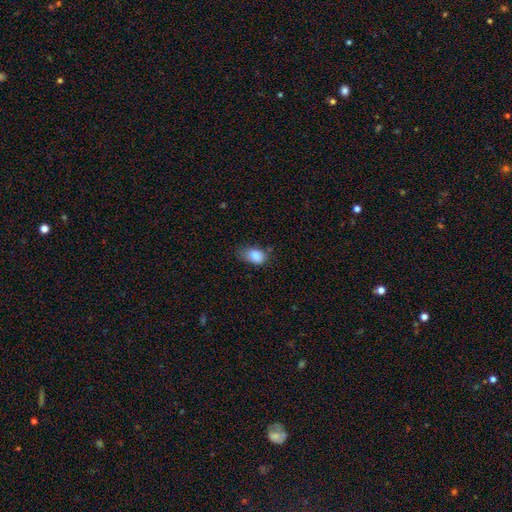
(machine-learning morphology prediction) smooth_or_featured: smooth (p=0.86) [alt: star or artifact p=0.09]
how_rounded: in between (p=0.83) [alt: round p=0.16]
merging: none (p=0.50) [alt: minor disturbance p=0.37]